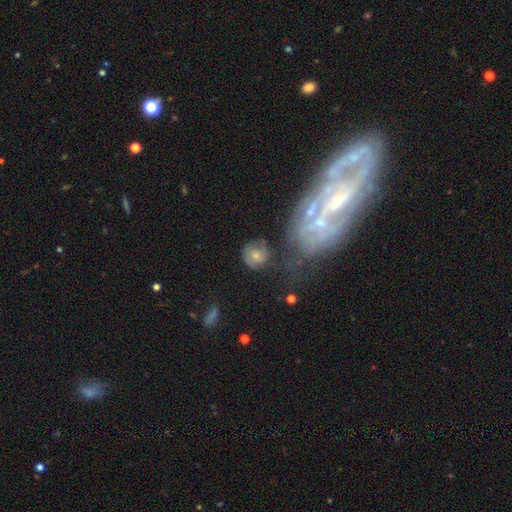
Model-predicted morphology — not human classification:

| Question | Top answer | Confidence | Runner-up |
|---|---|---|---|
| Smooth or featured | smooth | 60% | featured or disk (30%) |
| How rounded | round | 85% | in between (14%) |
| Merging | none | 59% | minor disturbance (19%) |